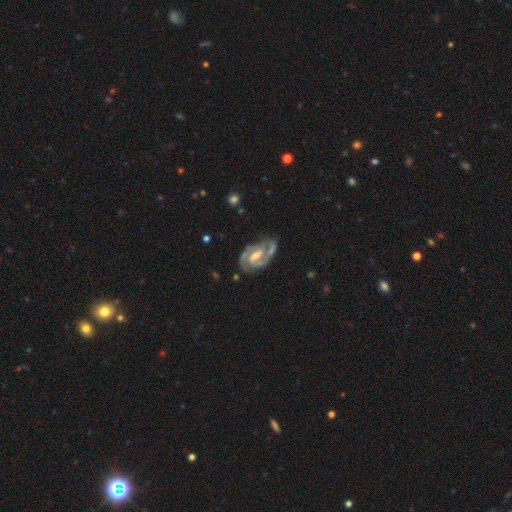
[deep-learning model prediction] A featured or disk galaxy (91%) with a weak bar (48%), 2 (84%) medium (50%) spiral arms (98%) and a moderate central bulge (51%). Merging: none (73%).